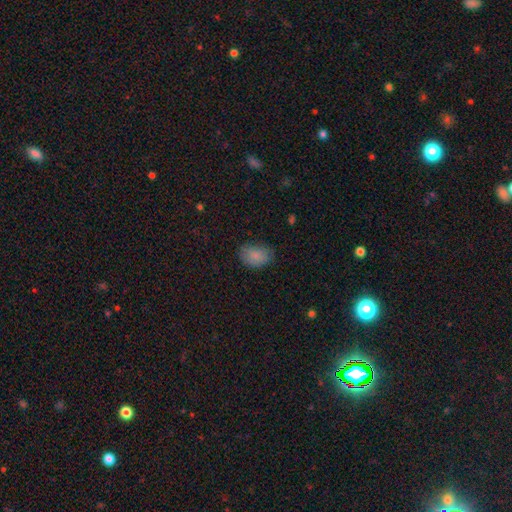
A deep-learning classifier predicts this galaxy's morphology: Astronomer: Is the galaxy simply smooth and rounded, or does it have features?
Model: smooth — 85%.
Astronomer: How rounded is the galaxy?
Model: in between — 79%.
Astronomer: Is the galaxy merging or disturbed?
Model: none — 74%.